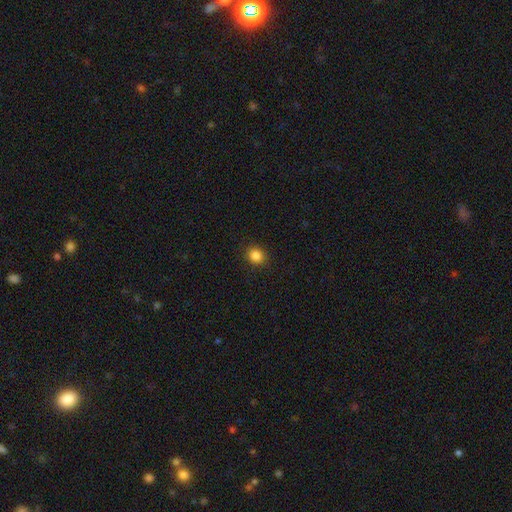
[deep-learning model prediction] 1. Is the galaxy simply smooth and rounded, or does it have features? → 86% smooth, 11% star or artifact, 3% featured or disk.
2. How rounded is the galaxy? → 77% round, 22% in between, 1% cigar-shaped.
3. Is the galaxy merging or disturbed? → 90% none, 7% minor disturbance, 2% major disturbance, 1% merger.